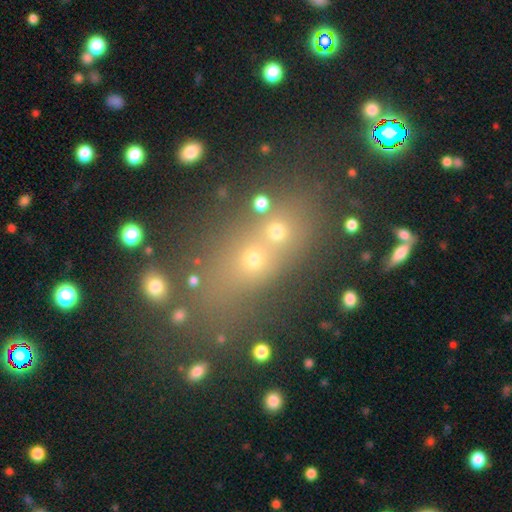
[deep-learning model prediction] This is possibly a smooth galaxy (48%). Merging: marginally none (43%).